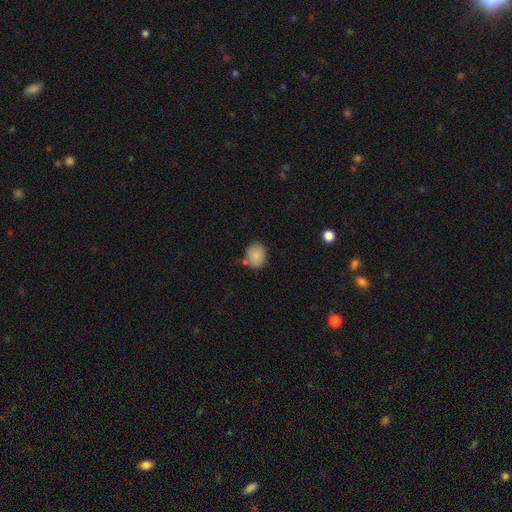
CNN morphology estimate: Q: Smooth or featured?
A: smooth (87%); runner-up: star or artifact (8%)
Q: How rounded?
A: round (56%); runner-up: in between (43%)
Q: Merging?
A: none (70%); runner-up: minor disturbance (18%)